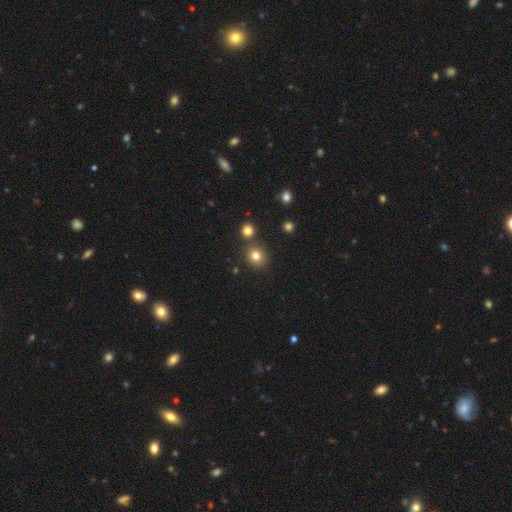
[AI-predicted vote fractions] This appears to be a smooth galaxy with no disk features (78%) that is round (82%). Merging: none (79%).